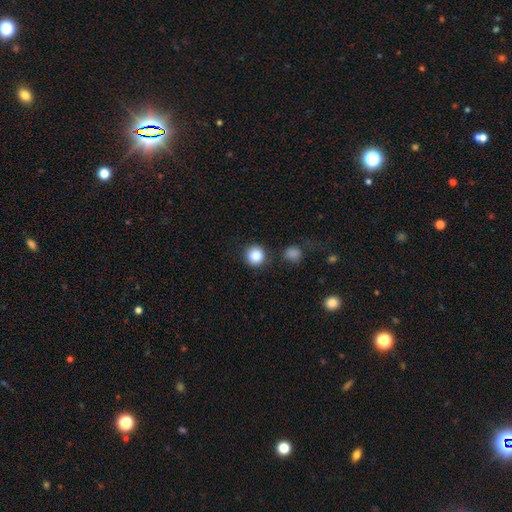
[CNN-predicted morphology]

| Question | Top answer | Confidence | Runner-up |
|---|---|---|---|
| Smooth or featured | smooth | 87% | star or artifact (10%) |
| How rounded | round | 94% | in between (5%) |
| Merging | none | 84% | minor disturbance (8%) |